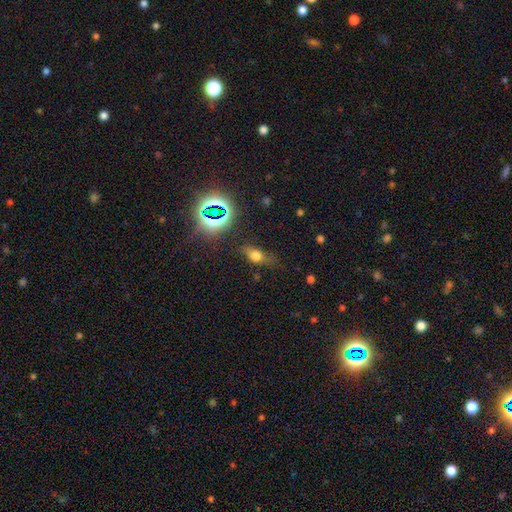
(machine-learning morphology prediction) A smooth galaxy with no disk features (60%) that is in between round and cigar-shaped (67%). Merging: none (68%).